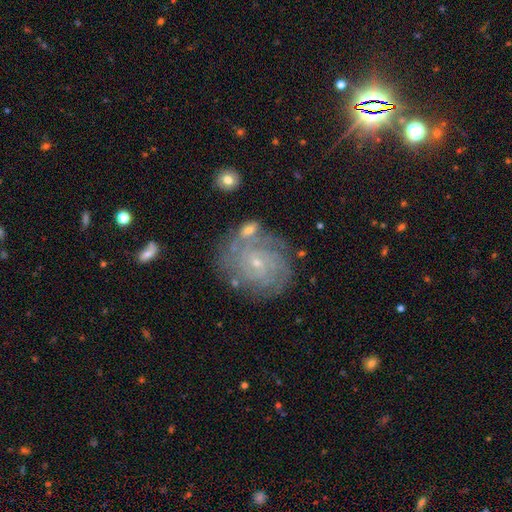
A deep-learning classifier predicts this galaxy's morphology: Overall: featured or disk (69%). Edge-on disk: no (97%). Bar: no (68%). Spiral arms: yes (90%). Spiral arm count: can't tell (47%; 2 16%). Spiral winding: tight (73%). Bulge size: small (81%). Merging: none (74%).